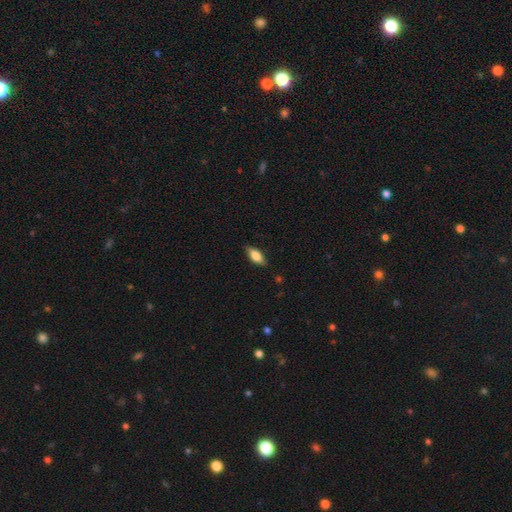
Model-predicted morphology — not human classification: Smooth or featured?
  - smooth: 72% *
  - featured or disk: 21%
  - star or artifact: 7%
How rounded?
  - in between: 80% *
  - cigar-shaped: 17%
  - round: 3%
Merging?
  - none: 83% *
  - minor disturbance: 13%
  - major disturbance: 2%
  - merger: 1%